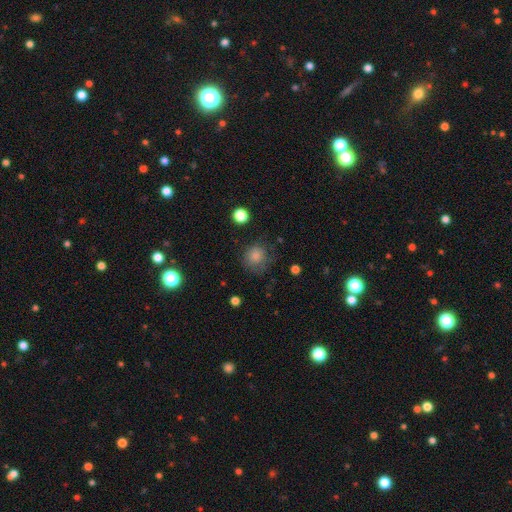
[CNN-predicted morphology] Overall: smooth (81%). How rounded: round (86%). Merging: none (66%).